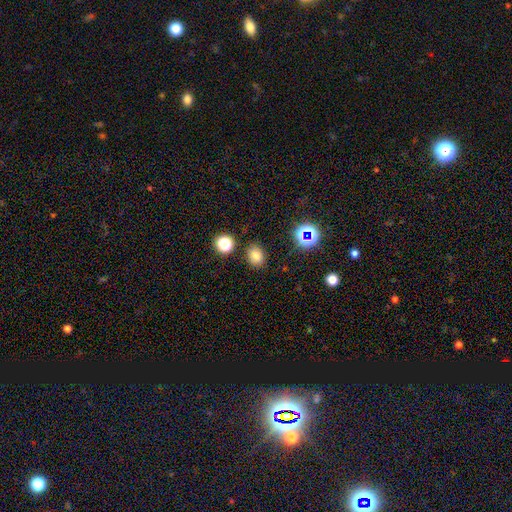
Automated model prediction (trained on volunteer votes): A smooth galaxy with no disk features (76%) that is round (53%).

Vote fractions:
- Smooth or featured? smooth: 76% / star or artifact: 17% / featured or disk: 7%
- How rounded? round: 53% / in between: 46% / cigar-shaped: 1%
- Merging? none: 84% / minor disturbance: 9% / merger: 3% / major disturbance: 3%